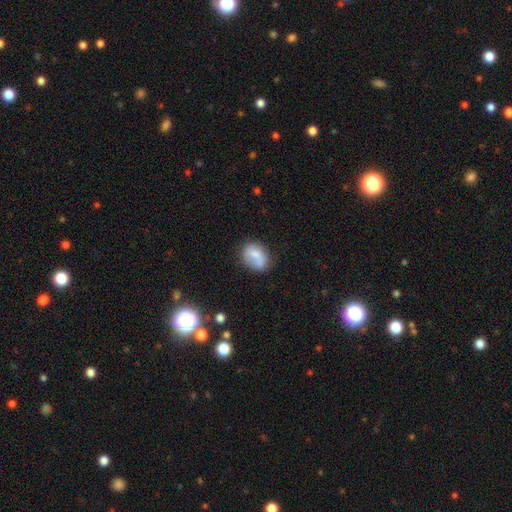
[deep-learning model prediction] This appears to be a smooth galaxy with no disk features (75%) that is in between round and cigar-shaped (66%). Merging: none (58%).